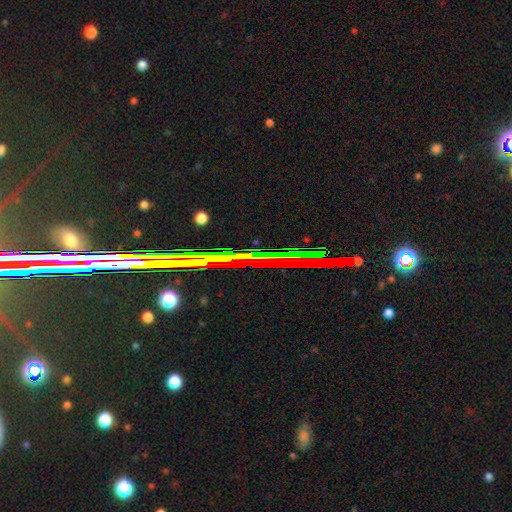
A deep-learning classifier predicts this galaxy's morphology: The model was most divided on "smooth or featured": star or artifact: 71%, featured or disk: 17%, smooth: 12%.